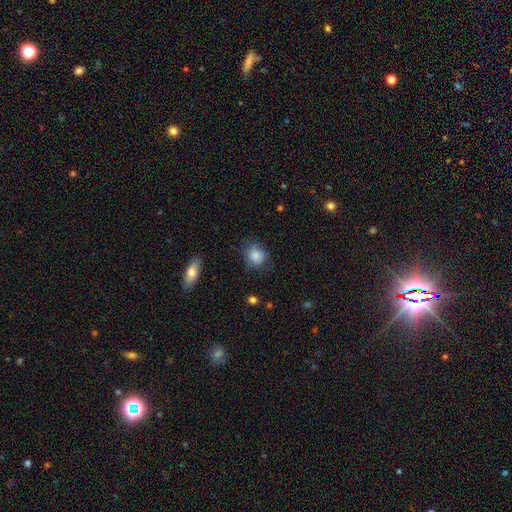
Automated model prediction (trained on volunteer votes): This appears to be a smooth galaxy with no disk features (83%) that is round (72%). Merging: none (68%).